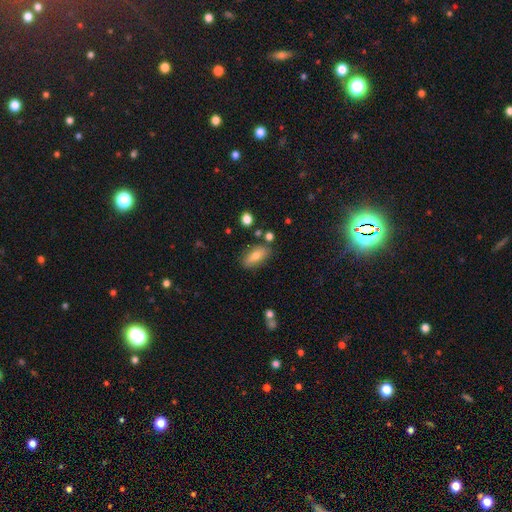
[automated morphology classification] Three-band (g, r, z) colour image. It shows a smooth galaxy with no disk features (73%) that is in between round and cigar-shaped (83%). Merging: none (78%).